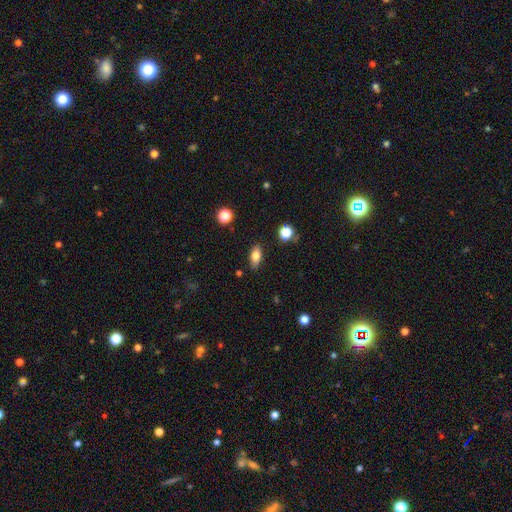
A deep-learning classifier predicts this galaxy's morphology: type=smooth (76%); roundness=in between (82%); merging=none (86%).